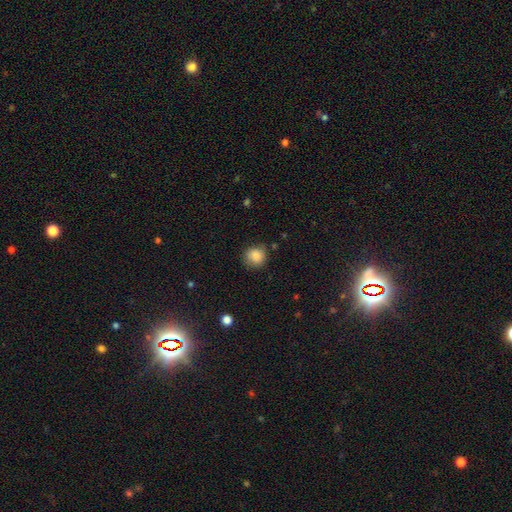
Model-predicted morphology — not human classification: type=smooth (86%); roundness=round (87%); merging=none (78%).